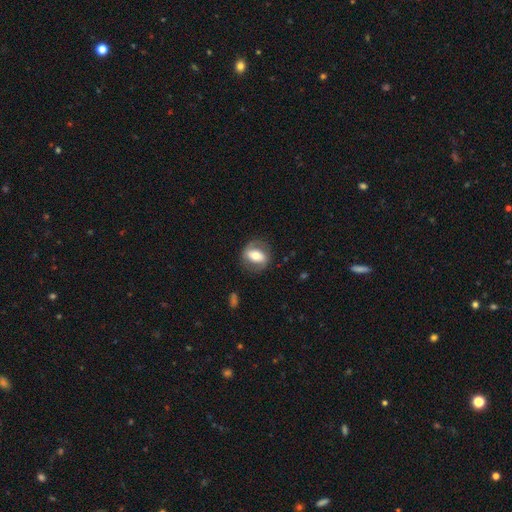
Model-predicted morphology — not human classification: Smooth or featured?
  - smooth: 47% *
  - featured or disk: 46%
  - star or artifact: 7%
Merging?
  - none: 77% *
  - minor disturbance: 15%
  - major disturbance: 7%
  - merger: 1%